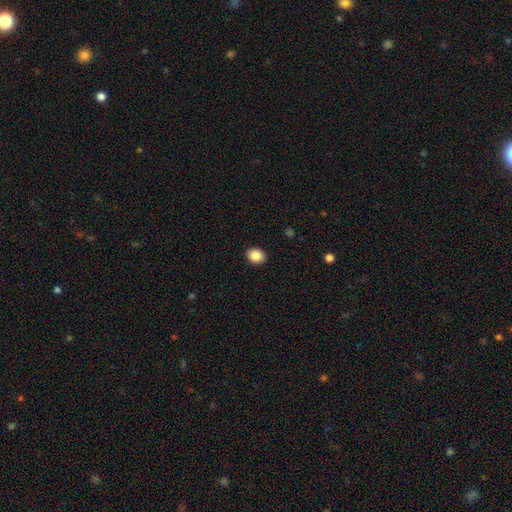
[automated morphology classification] This is clearly a smooth galaxy (87%). How rounded: likely round (62%). Merging: clearly none (92%).